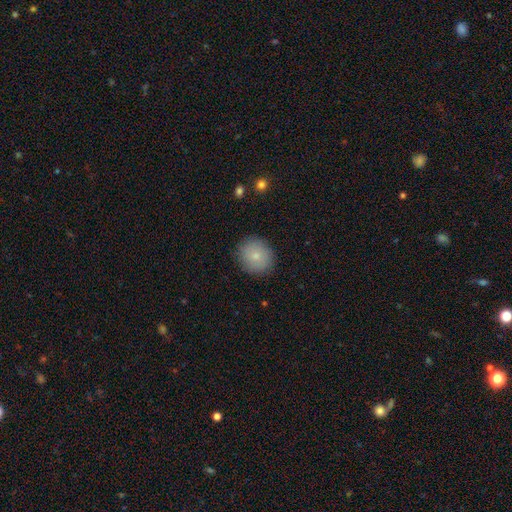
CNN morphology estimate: type=smooth (82%); roundness=round (78%); merging=none (88%).